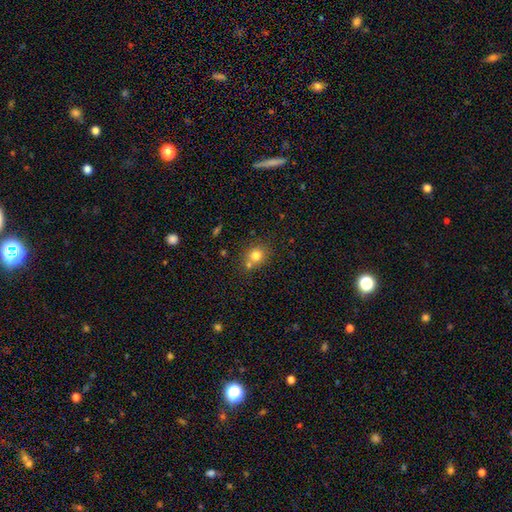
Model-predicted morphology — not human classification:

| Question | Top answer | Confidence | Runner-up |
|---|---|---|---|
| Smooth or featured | smooth | 77% | star or artifact (12%) |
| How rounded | round | 75% | in between (24%) |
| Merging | none | 59% | merger (27%) |